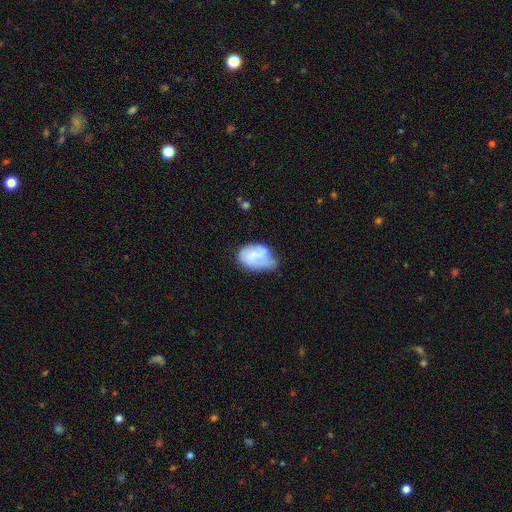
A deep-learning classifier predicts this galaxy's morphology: smooth-or-featured: smooth: 63% | featured or disk: 29% | star or artifact: 7%
  how-rounded: in between: 83% | round: 16% | cigar-shaped: 1%
  merging: minor disturbance: 45% | none: 29% | major disturbance: 20% | merger: 6%